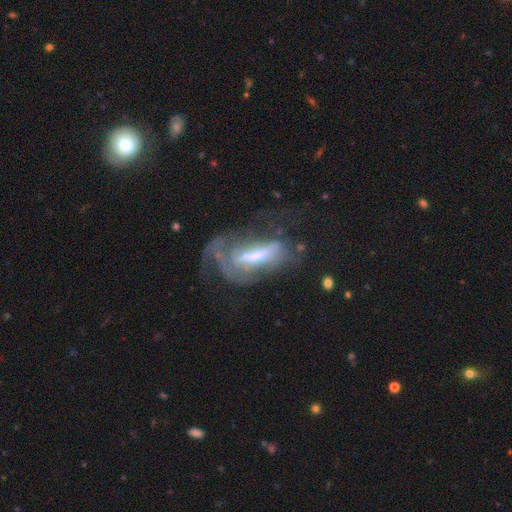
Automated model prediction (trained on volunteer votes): Overall: featured or disk (68%). Edge-on disk: no (82%). Bar: strong (43%; weak 32%). Spiral arms: yes (59%; no 41%). Bulge size: moderate (45%; small 33%). Merging: major disturbance (48%; none 27%).